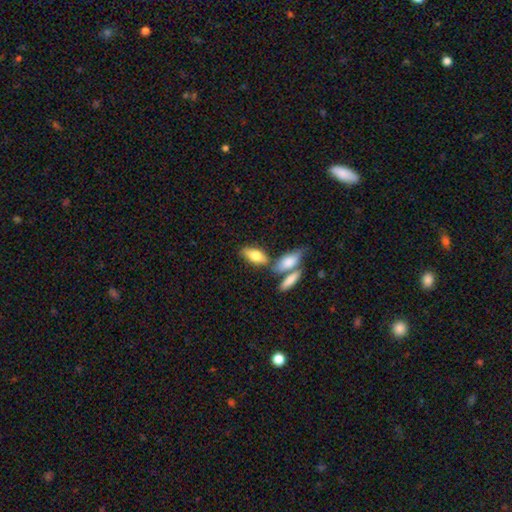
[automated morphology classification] Smooth or featured?
  - smooth: 74% *
  - featured or disk: 20%
  - star or artifact: 6%
How rounded?
  - in between: 80% *
  - cigar-shaped: 17%
  - round: 3%
Merging?
  - none: 59% *
  - merger: 24%
  - minor disturbance: 13%
  - major disturbance: 4%